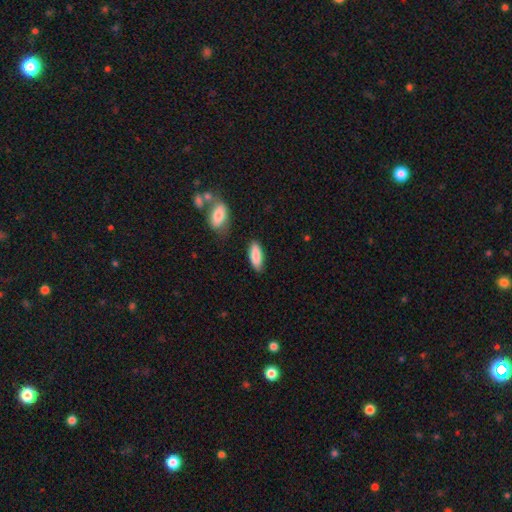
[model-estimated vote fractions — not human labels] smooth-or-featured: smooth: 87% | featured or disk: 7% | star or artifact: 6%
  how-rounded: in between: 73% | cigar-shaped: 25% | round: 2%
  merging: none: 81% | minor disturbance: 13% | merger: 3% | major disturbance: 3%